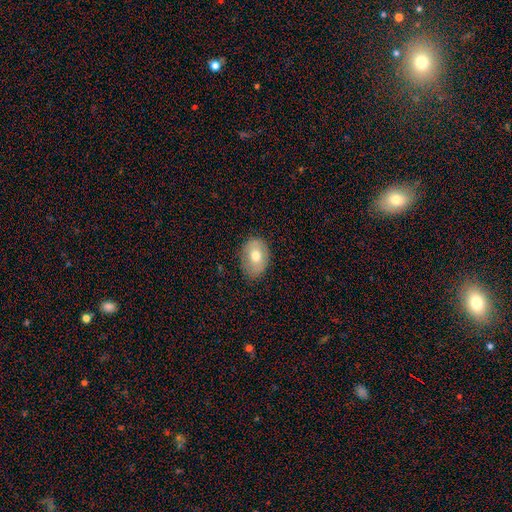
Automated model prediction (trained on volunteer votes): Smooth or featured?
  - smooth: 67% *
  - featured or disk: 25%
  - star or artifact: 7%
How rounded?
  - in between: 81% *
  - round: 18%
  - cigar-shaped: 1%
Merging?
  - none: 79% *
  - minor disturbance: 17%
  - major disturbance: 4%
  - merger: 1%